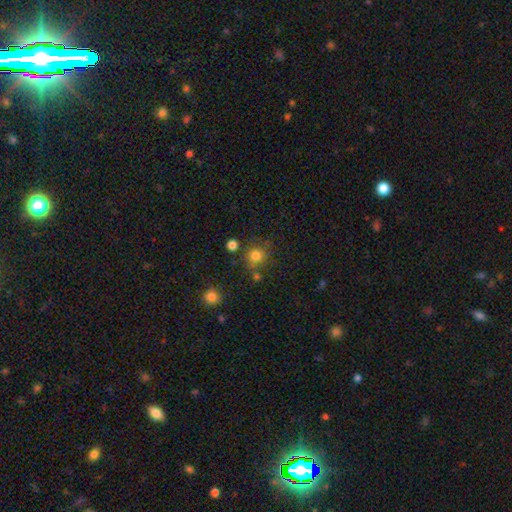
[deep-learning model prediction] Smooth or featured? smooth (77%)
How rounded? round (87%)
Merging? none (71%)